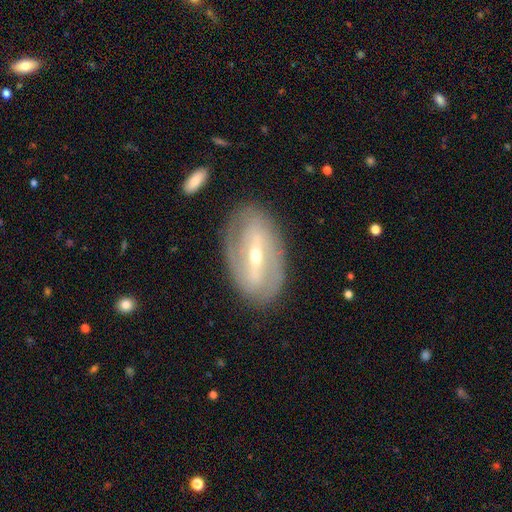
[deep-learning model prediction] Smooth or featured?
  - featured or disk: 78% *
  - smooth: 16%
  - star or artifact: 6%
Edge-on disk?
  - no: 90% *
  - yes: 10%
Bar?
  - strong: 55% *
  - weak: 33%
  - no: 12%
Spiral arms?
  - yes: 69% *
  - no: 31%
Bulge size?
  - small: 53% *
  - moderate: 44%
  - large: 2%
  - none: 1%
  - dominant: 1%
Merging?
  - none: 82% *
  - minor disturbance: 12%
  - major disturbance: 4%
  - merger: 2%